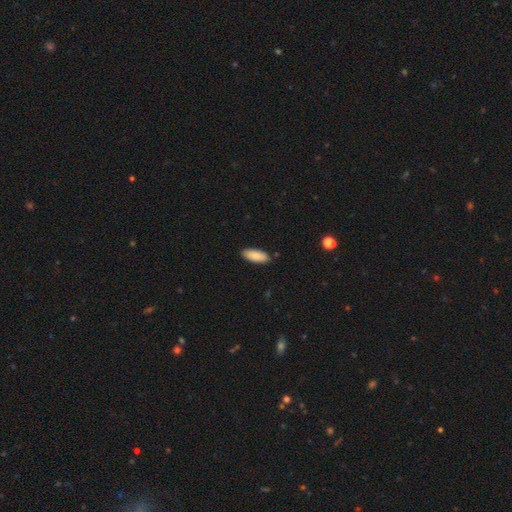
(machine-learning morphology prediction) Q: Smooth or featured?
A: smooth (88%); runner-up: star or artifact (6%)
Q: How rounded?
A: in between (81%); runner-up: cigar-shaped (18%)
Q: Merging?
A: none (88%); runner-up: minor disturbance (9%)